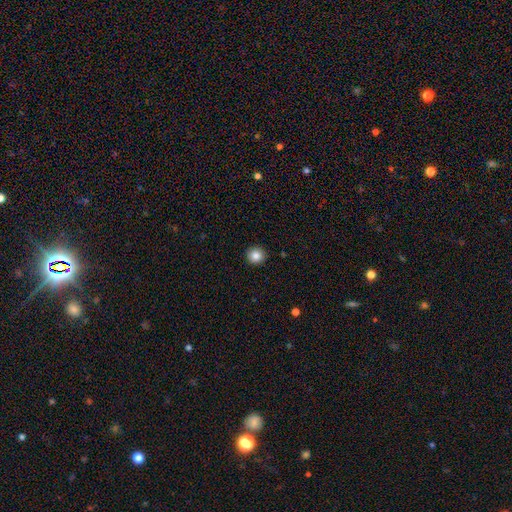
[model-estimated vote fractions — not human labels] smooth-or-featured: smooth: 85% | star or artifact: 10% | featured or disk: 6%
  how-rounded: round: 93% | in between: 6% | cigar-shaped: 1%
  merging: none: 93% | minor disturbance: 5% | major disturbance: 2% | merger: 1%